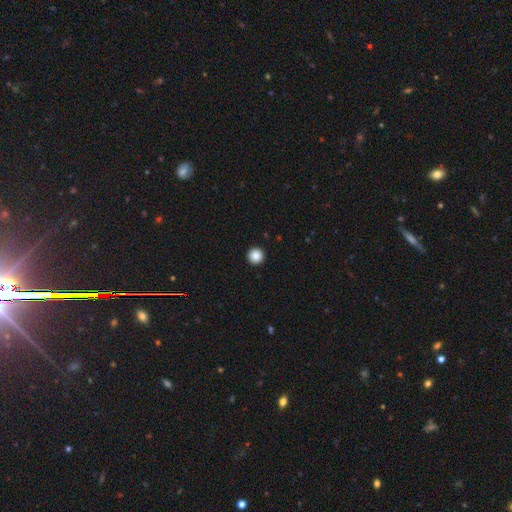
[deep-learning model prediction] This is clearly a smooth galaxy (87%). How rounded: clearly round (97%). Merging: clearly none (94%).